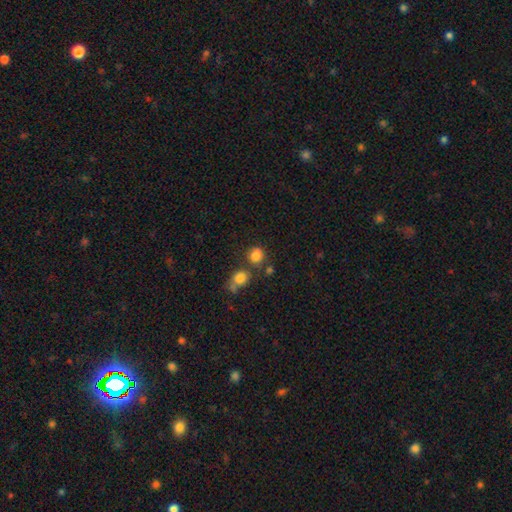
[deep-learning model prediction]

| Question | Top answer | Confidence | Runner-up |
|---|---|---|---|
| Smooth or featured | smooth | 81% | star or artifact (12%) |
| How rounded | round | 79% | in between (20%) |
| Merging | none | 63% | merger (19%) |